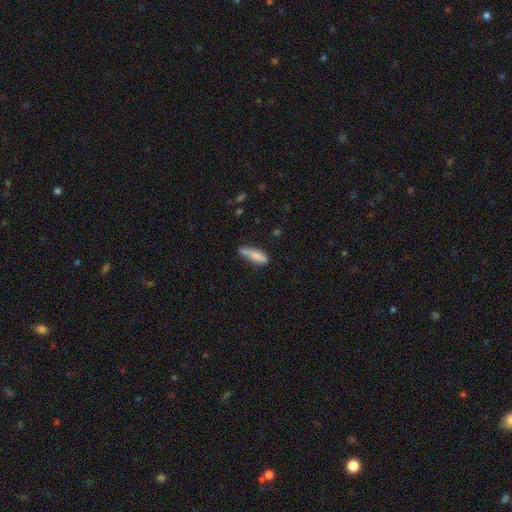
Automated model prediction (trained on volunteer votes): smooth-or-featured: smooth: 79% | featured or disk: 14% | star or artifact: 7%
  how-rounded: cigar-shaped: 62% | in between: 36% | round: 2%
  merging: none: 53% | minor disturbance: 29% | merger: 10% | major disturbance: 7%